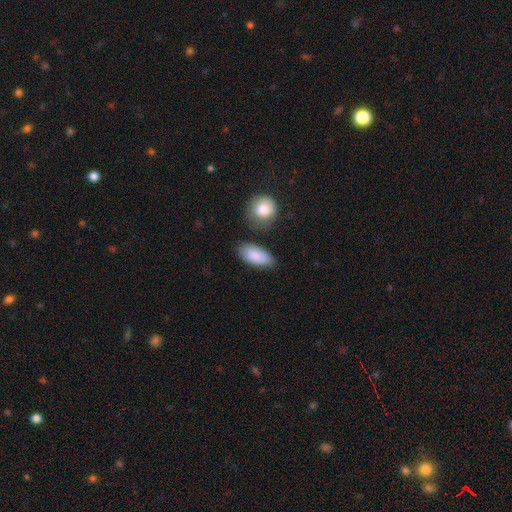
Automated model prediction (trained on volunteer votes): Smooth or featured?
  - smooth: 88% *
  - featured or disk: 6%
  - star or artifact: 6%
How rounded?
  - in between: 90% *
  - cigar-shaped: 7%
  - round: 3%
Merging?
  - none: 69% *
  - minor disturbance: 18%
  - merger: 8%
  - major disturbance: 5%